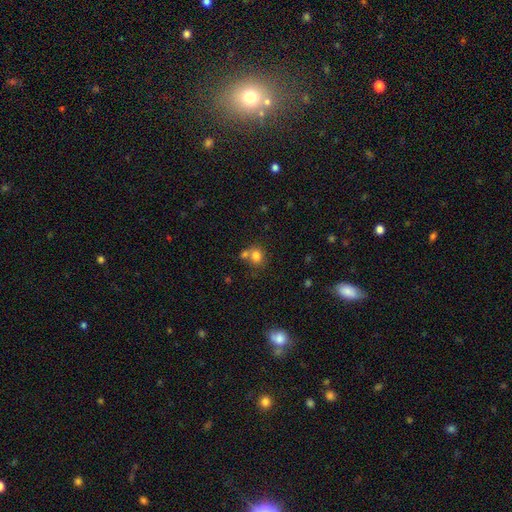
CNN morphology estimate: Q: Smooth or featured?
A: smooth (80%); runner-up: star or artifact (11%)
Q: How rounded?
A: round (60%); runner-up: in between (39%)
Q: Merging?
A: none (49%); runner-up: merger (36%)